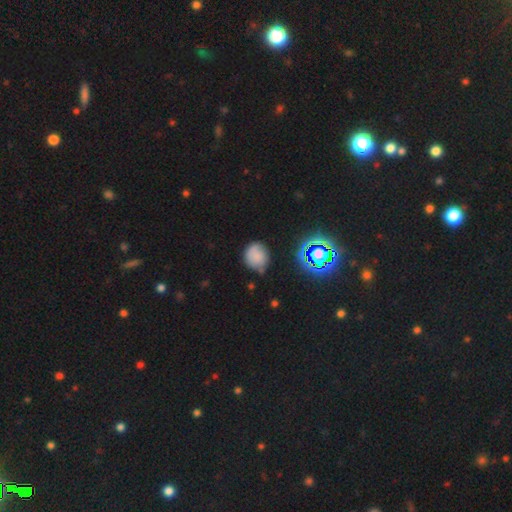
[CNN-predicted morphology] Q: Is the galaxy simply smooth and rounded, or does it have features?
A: smooth — 72%.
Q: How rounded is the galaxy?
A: round — 77%.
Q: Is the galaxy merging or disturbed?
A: none — 65%.